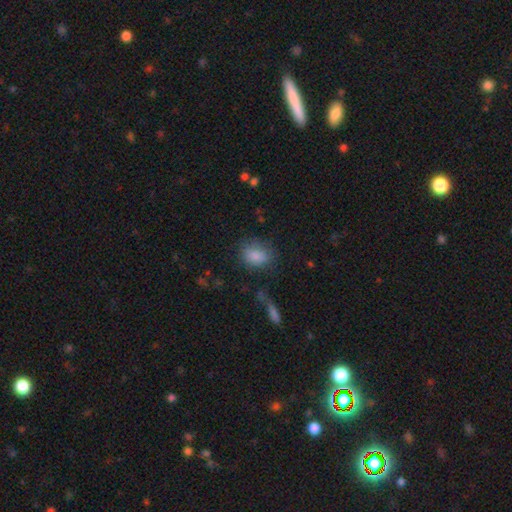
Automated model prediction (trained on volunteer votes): Overall: smooth (84%). How rounded: in between (68%; round 30%). Merging: none (67%).